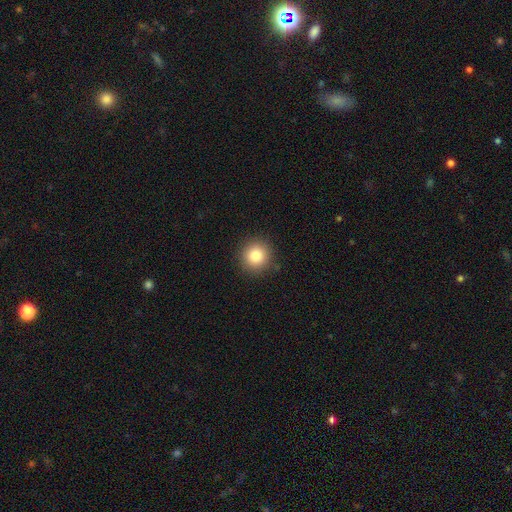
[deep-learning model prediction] smooth_or_featured: smooth (p=0.83) [alt: star or artifact p=0.10]
how_rounded: round (p=0.92) [alt: in between p=0.07]
merging: none (p=0.90) [alt: minor disturbance p=0.07]